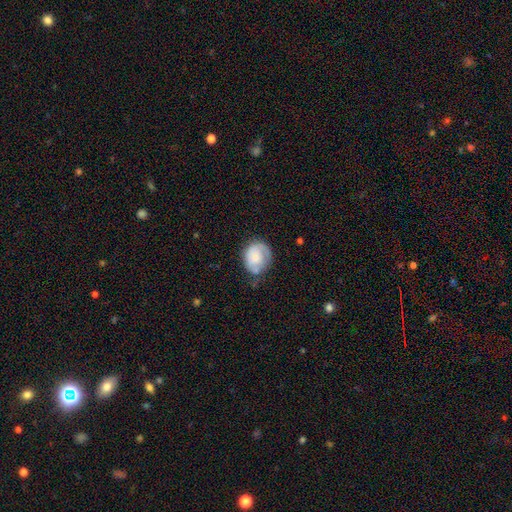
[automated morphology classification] smooth-or-featured: smooth: 58% | featured or disk: 34% | star or artifact: 7%
  how-rounded: round: 55% | in between: 44% | cigar-shaped: 1%
  merging: none: 46% | minor disturbance: 33% | major disturbance: 17% | merger: 4%